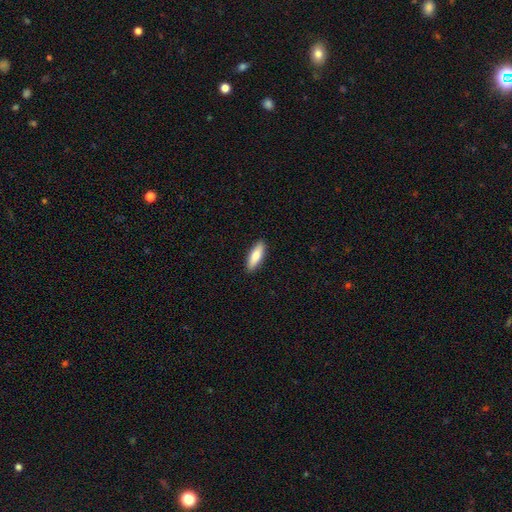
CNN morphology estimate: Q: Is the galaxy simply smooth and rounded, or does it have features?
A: smooth — 80%.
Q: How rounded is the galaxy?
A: in between — 50%.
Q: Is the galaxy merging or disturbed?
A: none — 90%.